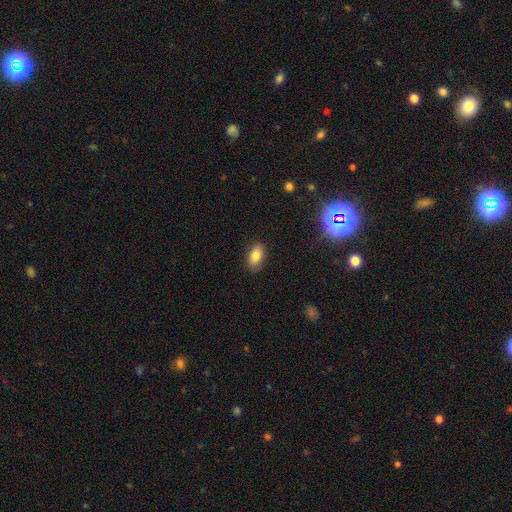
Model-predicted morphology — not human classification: Q: Smooth or featured?
A: smooth (82%); runner-up: star or artifact (9%)
Q: How rounded?
A: in between (91%); runner-up: round (7%)
Q: Merging?
A: none (85%); runner-up: minor disturbance (11%)